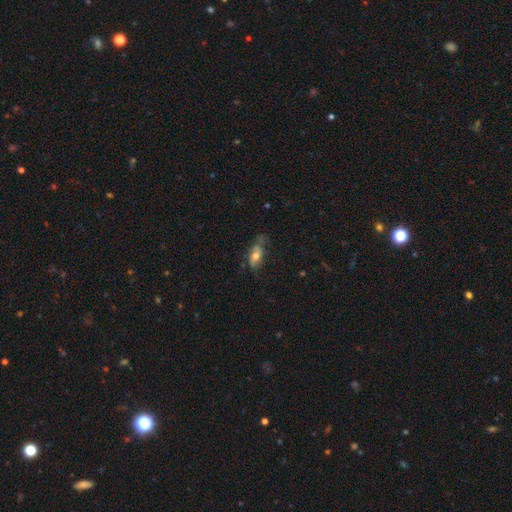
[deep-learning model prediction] Smooth or featured: smooth — 60% (featured or disk — 32%)
How rounded: in between — 81% (cigar-shaped — 13%)
Merging: none — 48% (minor disturbance — 32%)